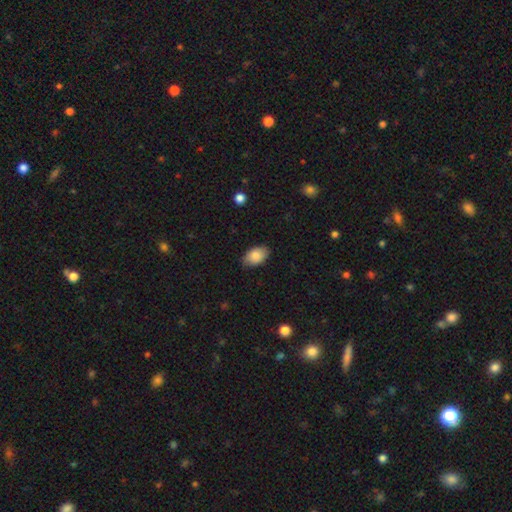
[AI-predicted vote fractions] Smooth or featured? smooth (86%)
How rounded? in between (91%)
Merging? none (84%)